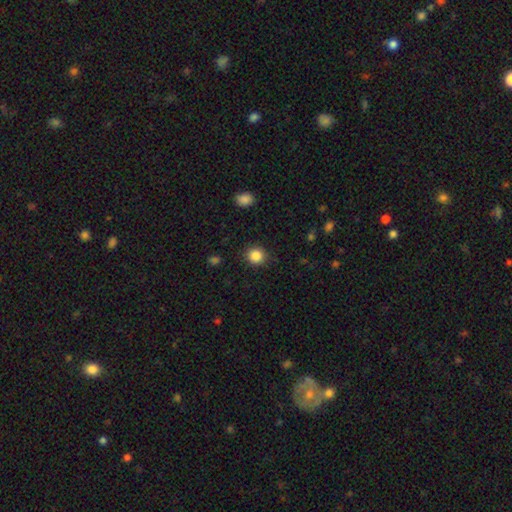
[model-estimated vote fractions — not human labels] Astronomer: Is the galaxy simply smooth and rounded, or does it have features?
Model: smooth — 85%.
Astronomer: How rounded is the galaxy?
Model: round — 90%.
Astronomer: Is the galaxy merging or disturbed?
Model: none — 88%.